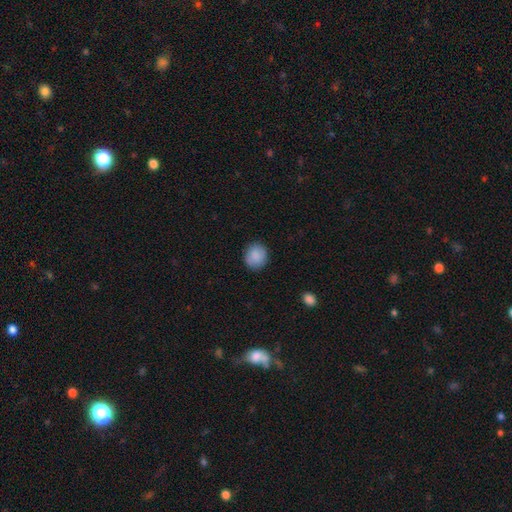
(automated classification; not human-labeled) smooth 88%, star or artifact 7%, featured or disk 5%. Down the decision tree: how rounded — round (80%); merging — none (88%).